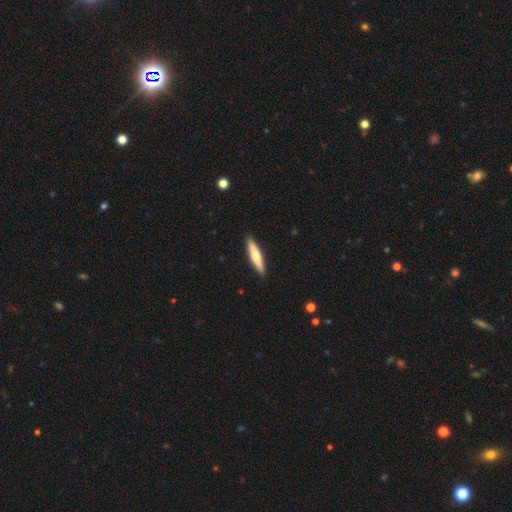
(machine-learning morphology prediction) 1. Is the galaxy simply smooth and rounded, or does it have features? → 63% smooth, 32% featured or disk, 5% star or artifact.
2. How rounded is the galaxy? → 86% cigar-shaped, 13% in between, 1% round.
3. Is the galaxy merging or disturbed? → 91% none, 7% minor disturbance, 1% major disturbance, 1% merger.